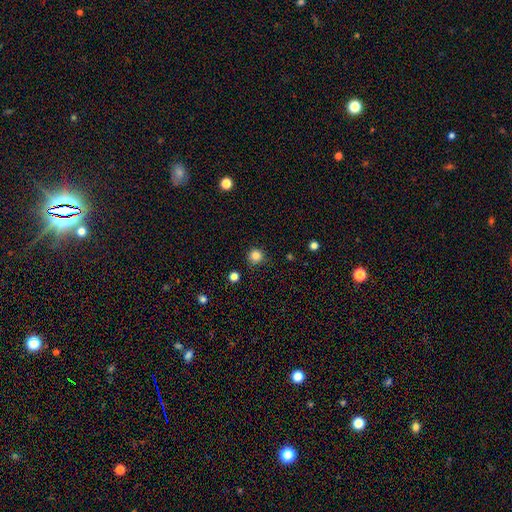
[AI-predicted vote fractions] This appears to be a smooth galaxy with no disk features (84%) that is round (94%). Merging: none (86%).